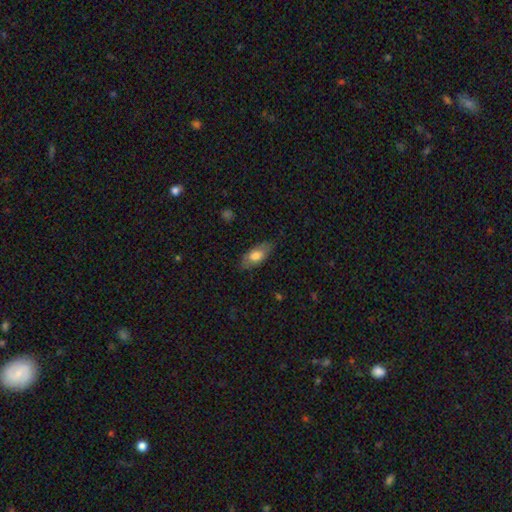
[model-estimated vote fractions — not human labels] Smooth or featured?
  - smooth: 73% *
  - featured or disk: 20%
  - star or artifact: 6%
How rounded?
  - in between: 86% *
  - cigar-shaped: 11%
  - round: 3%
Merging?
  - none: 80% *
  - minor disturbance: 15%
  - major disturbance: 4%
  - merger: 1%